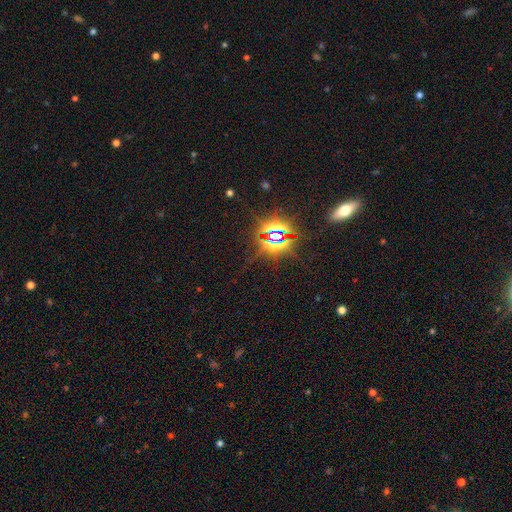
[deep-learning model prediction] Smooth or featured? Predicted: star or artifact (p=0.80).